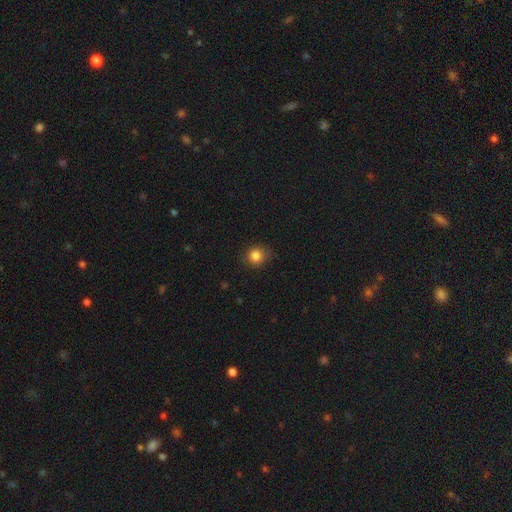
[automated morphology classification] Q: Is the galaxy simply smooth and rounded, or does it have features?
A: smooth — 84%.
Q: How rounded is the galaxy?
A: round — 83%.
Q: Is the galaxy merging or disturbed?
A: none — 83%.